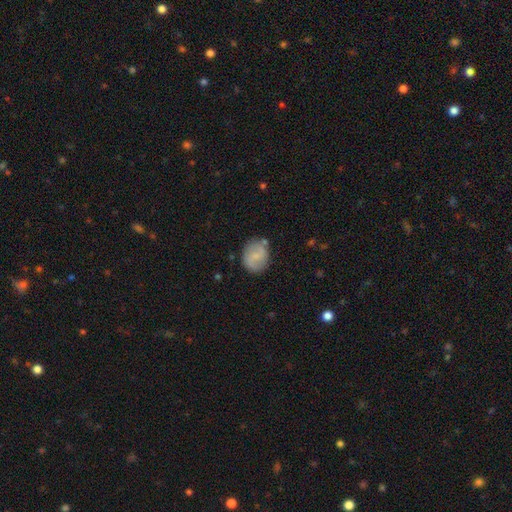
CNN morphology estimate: Q: Smooth or featured?
A: smooth (54%); runner-up: featured or disk (39%)
Q: How rounded?
A: round (50%); runner-up: in between (49%)
Q: Merging?
A: none (76%); runner-up: minor disturbance (16%)